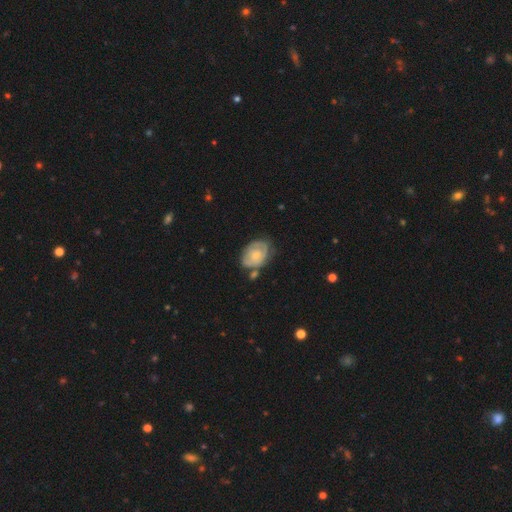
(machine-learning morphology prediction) Smooth or featured: featured or disk — 55% (smooth — 39%)
Edge-on disk: no — 96% (yes — 4%)
Bar: no — 80% (weak — 18%)
Spiral arms: yes — 70% (no — 30%)
Bulge size: small — 51% (moderate — 39%)
Merging: none — 53% (minor disturbance — 27%)